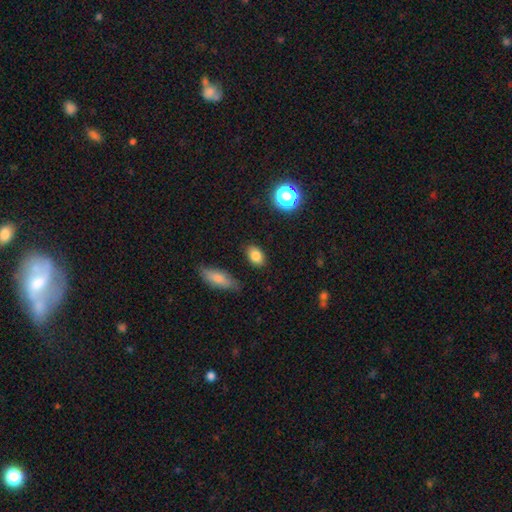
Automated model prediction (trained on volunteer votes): Overall: smooth (83%). How rounded: in between (79%). Merging: none (84%).